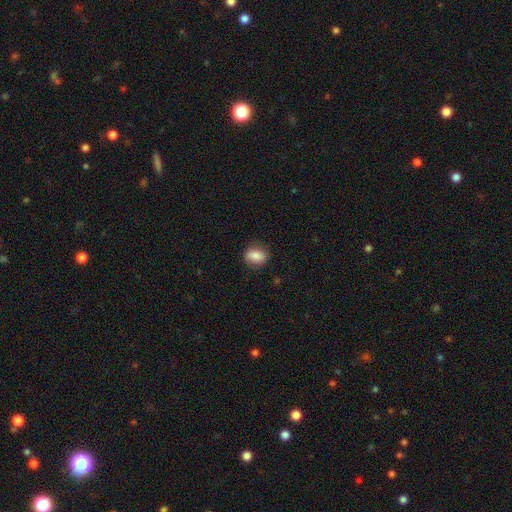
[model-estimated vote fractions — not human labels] A smooth galaxy with no disk features (82%) that is in between round and cigar-shaped (68%).

Vote fractions:
- Smooth or featured? smooth: 82% / featured or disk: 10% / star or artifact: 8%
- How rounded? in between: 68% / round: 30% / cigar-shaped: 2%
- Merging? none: 81% / minor disturbance: 15% / major disturbance: 4% / merger: 1%